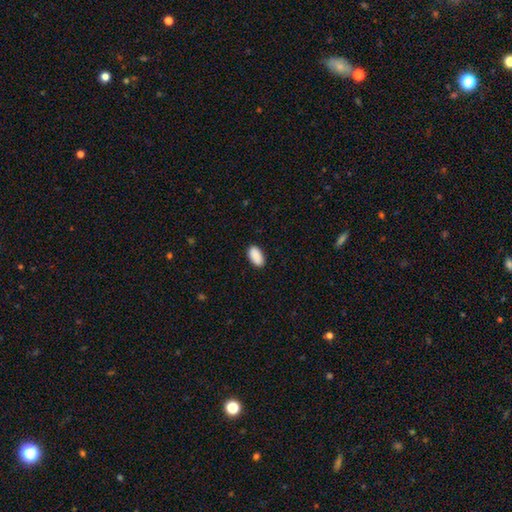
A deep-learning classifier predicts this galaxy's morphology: A smooth galaxy with no disk features (91%) that is in between round and cigar-shaped (94%). Merging: none (88%).